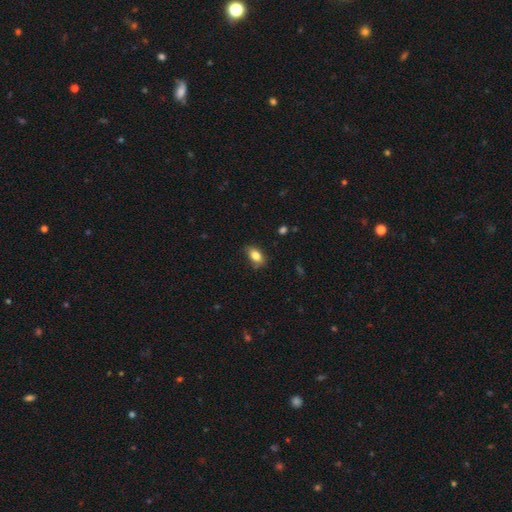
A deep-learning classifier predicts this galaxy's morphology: Smooth or featured? Predicted: smooth (p=0.83). How rounded? Predicted: in between (p=0.86). Merging? Predicted: none (p=0.69).